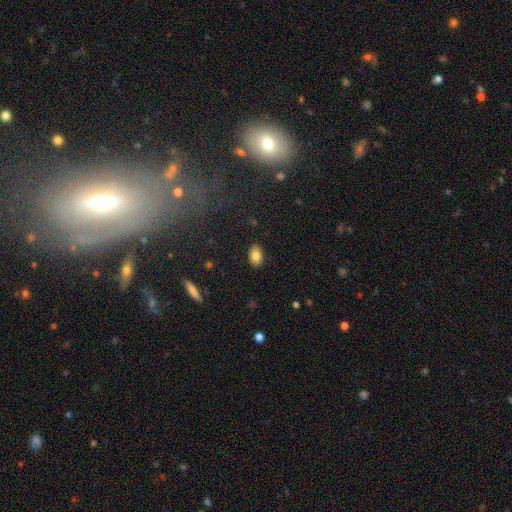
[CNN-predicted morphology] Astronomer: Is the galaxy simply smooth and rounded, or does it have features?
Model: smooth — 84%.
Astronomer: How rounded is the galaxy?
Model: in between — 90%.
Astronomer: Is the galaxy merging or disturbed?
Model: none — 88%.